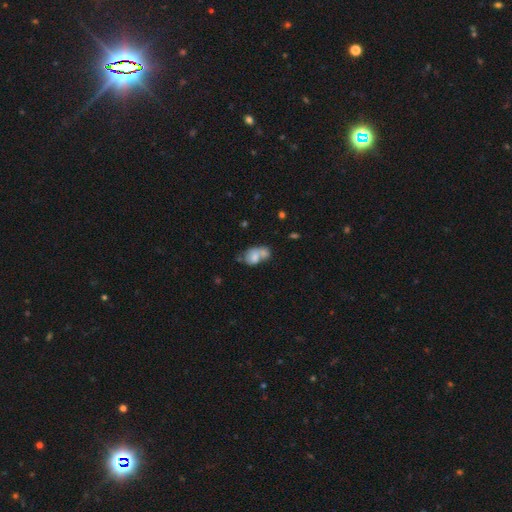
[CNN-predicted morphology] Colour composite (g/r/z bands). It shows a smooth galaxy with no disk features (67%) that is in between round and cigar-shaped (76%). Merging: merger (55%).